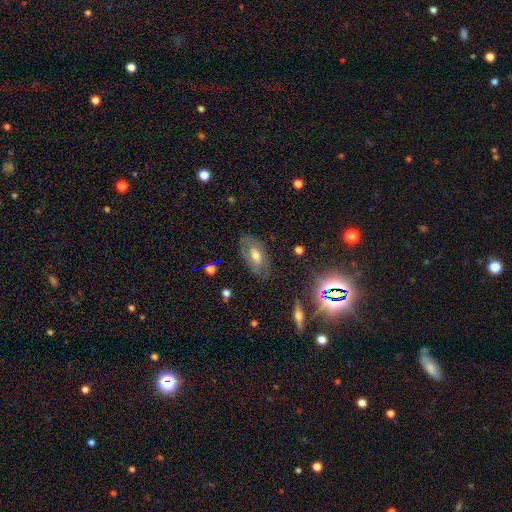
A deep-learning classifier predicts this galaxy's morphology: Smooth or featured? featured or disk (44%, tied with smooth)
Merging? none (73%)